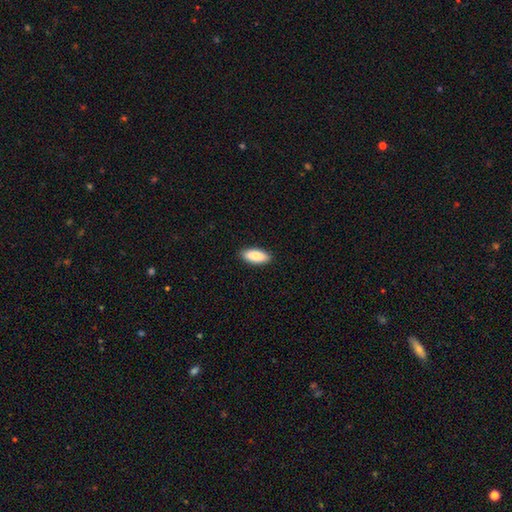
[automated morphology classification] A smooth galaxy with no disk features (83%) that is in between round and cigar-shaped (84%). Merging: none (90%).